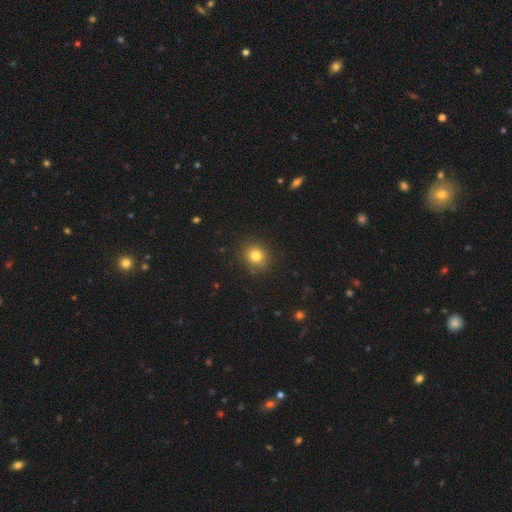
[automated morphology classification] This is likely a smooth galaxy (80%). How rounded: likely round (79%). Merging: clearly none (85%).